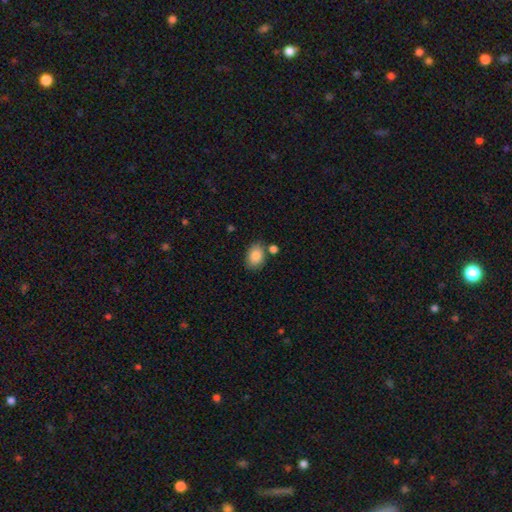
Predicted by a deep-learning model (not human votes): smooth 86%, star or artifact 8%, featured or disk 6%. Down the decision tree: how rounded — in between (77%); merging — none (73%).